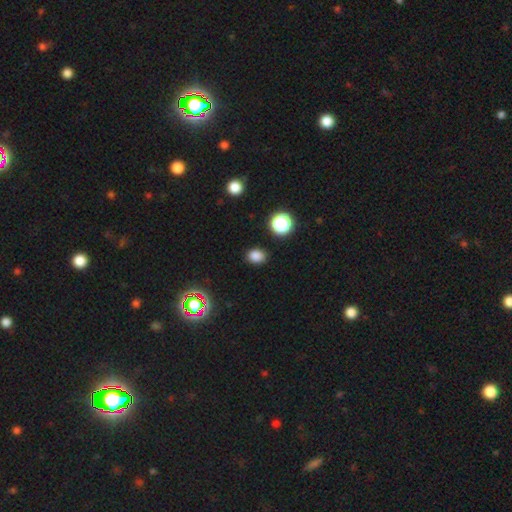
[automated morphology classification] Q: Smooth or featured?
A: smooth (81%); runner-up: star or artifact (15%)
Q: How rounded?
A: in between (53%); runner-up: round (46%)
Q: Merging?
A: none (87%); runner-up: minor disturbance (9%)